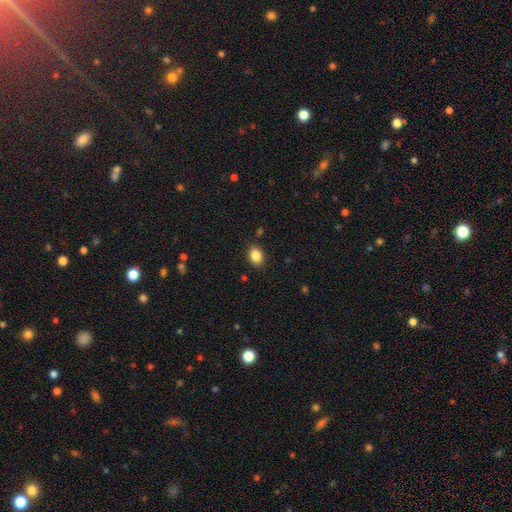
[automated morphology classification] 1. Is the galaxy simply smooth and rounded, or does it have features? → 86% smooth, 9% star or artifact, 5% featured or disk.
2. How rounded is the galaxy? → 69% in between, 30% round, 1% cigar-shaped.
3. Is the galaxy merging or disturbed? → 87% none, 9% minor disturbance, 2% major disturbance, 2% merger.